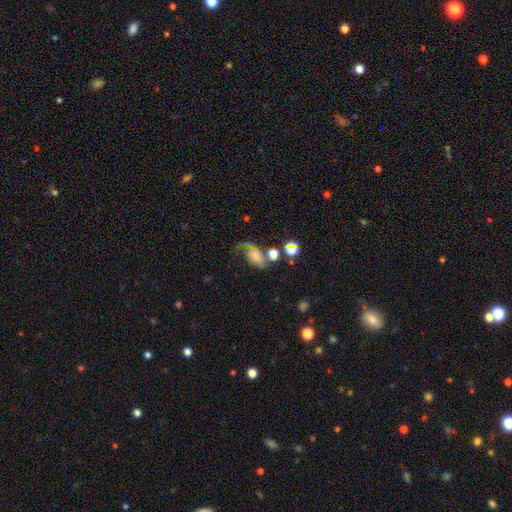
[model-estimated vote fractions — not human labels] smooth_or_featured: featured or disk (p=0.44) [alt: smooth p=0.41]
merging: major disturbance (p=0.35) [alt: none p=0.29]